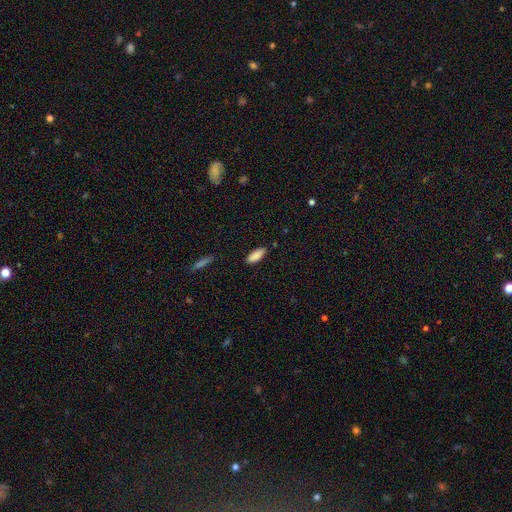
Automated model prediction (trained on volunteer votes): smooth-or-featured: smooth: 88% | star or artifact: 7% | featured or disk: 5%
  how-rounded: in between: 77% | cigar-shaped: 21% | round: 2%
  merging: none: 85% | minor disturbance: 11% | major disturbance: 2% | merger: 2%